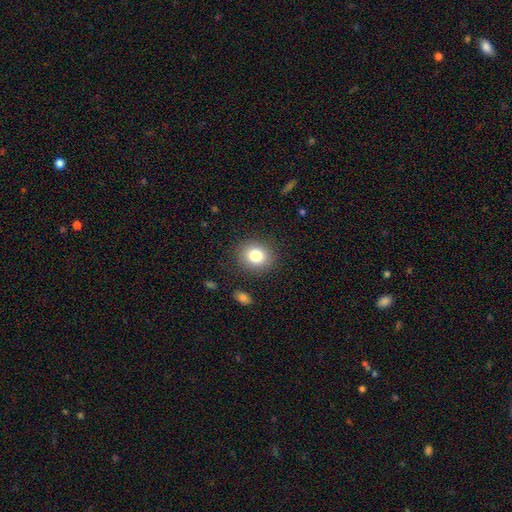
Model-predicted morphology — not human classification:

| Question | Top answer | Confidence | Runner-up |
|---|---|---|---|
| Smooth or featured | smooth | 81% | star or artifact (10%) |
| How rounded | round | 71% | in between (28%) |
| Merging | none | 87% | minor disturbance (8%) |